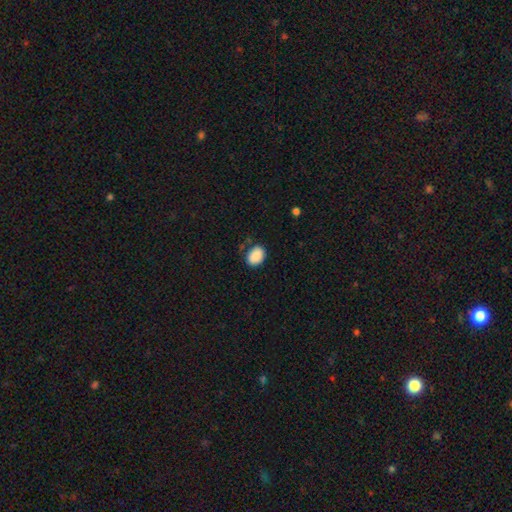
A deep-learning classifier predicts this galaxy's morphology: Smooth or featured? Predicted: smooth (p=0.89). How rounded? Predicted: in between (p=0.71). Merging? Predicted: none (p=0.79).